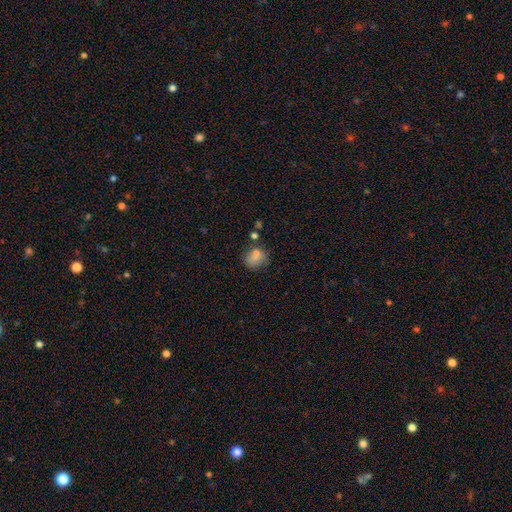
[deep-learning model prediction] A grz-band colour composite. It shows a smooth galaxy with no disk features (73%) that is round (70%). Merging: none (56%).